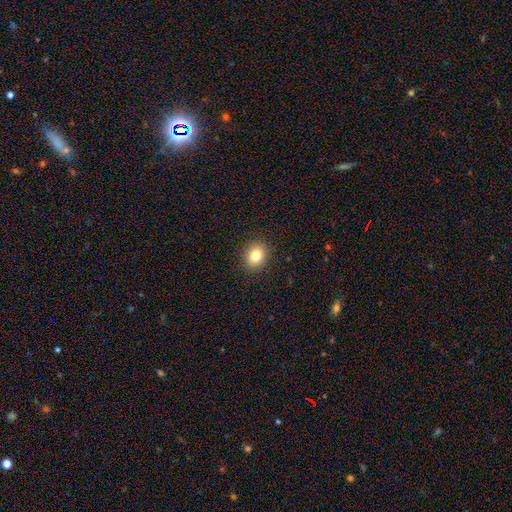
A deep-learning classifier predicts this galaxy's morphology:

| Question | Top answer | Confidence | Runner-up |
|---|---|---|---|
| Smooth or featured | smooth | 81% | star or artifact (11%) |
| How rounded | round | 58% | in between (41%) |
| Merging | none | 90% | minor disturbance (7%) |